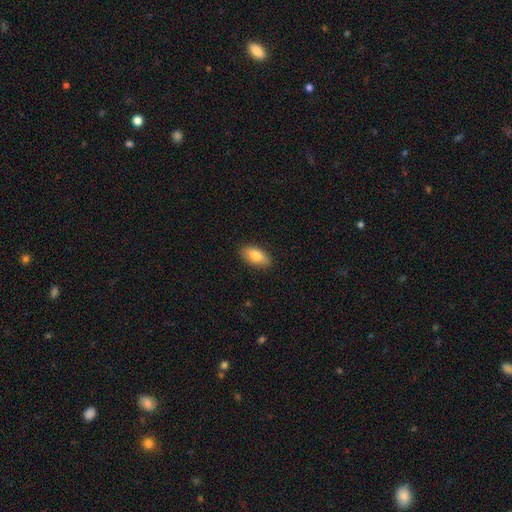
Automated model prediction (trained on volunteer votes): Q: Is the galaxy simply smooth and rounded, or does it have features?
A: smooth — 81%.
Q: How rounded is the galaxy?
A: in between — 90%.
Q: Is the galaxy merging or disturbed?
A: none — 87%.